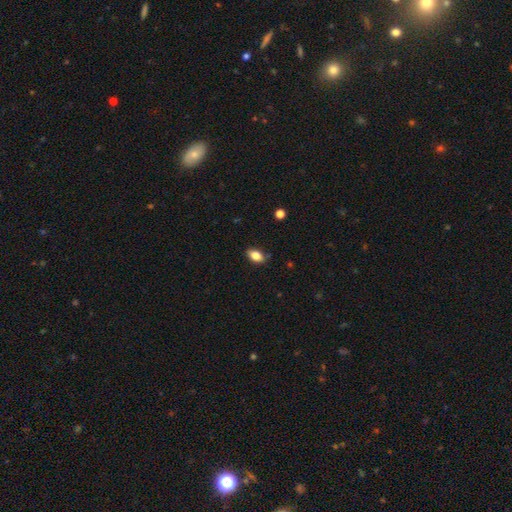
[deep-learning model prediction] A smooth galaxy with no disk features (82%) that is in between round and cigar-shaped (88%).

Vote fractions:
- Smooth or featured? smooth: 82% / featured or disk: 9% / star or artifact: 8%
- How rounded? in between: 88% / round: 9% / cigar-shaped: 3%
- Merging? none: 82% / minor disturbance: 14% / major disturbance: 2% / merger: 2%